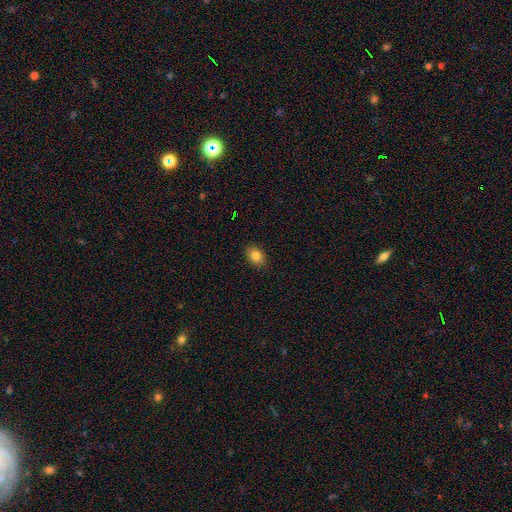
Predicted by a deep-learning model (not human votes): Smooth or featured?
  - smooth: 82% *
  - star or artifact: 10%
  - featured or disk: 8%
How rounded?
  - in between: 70% *
  - round: 29%
  - cigar-shaped: 1%
Merging?
  - none: 90% *
  - minor disturbance: 8%
  - major disturbance: 2%
  - merger: 1%